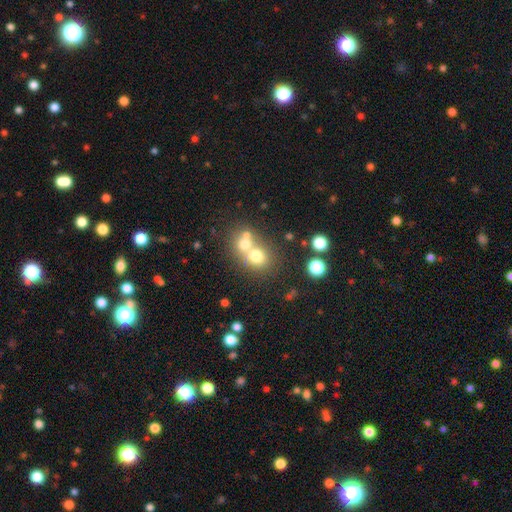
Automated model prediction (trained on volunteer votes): Morphology: type=smooth (67%); roundness=round (75%); merging=merger (53%).